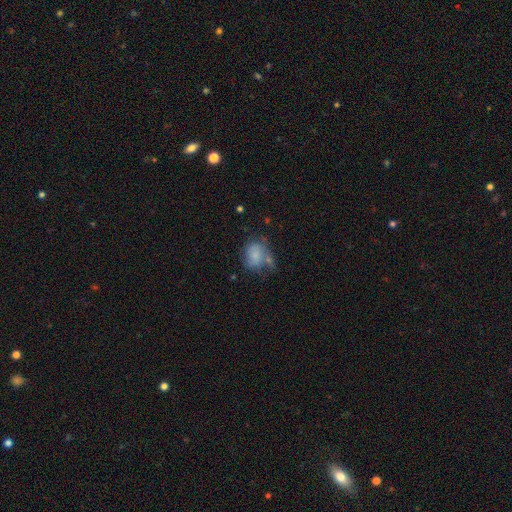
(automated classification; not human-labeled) Smooth or featured?
  - smooth: 74% *
  - featured or disk: 17%
  - star or artifact: 9%
How rounded?
  - in between: 56% *
  - round: 43%
  - cigar-shaped: 1%
Merging?
  - none: 36% *
  - minor disturbance: 26%
  - merger: 21%
  - major disturbance: 17%